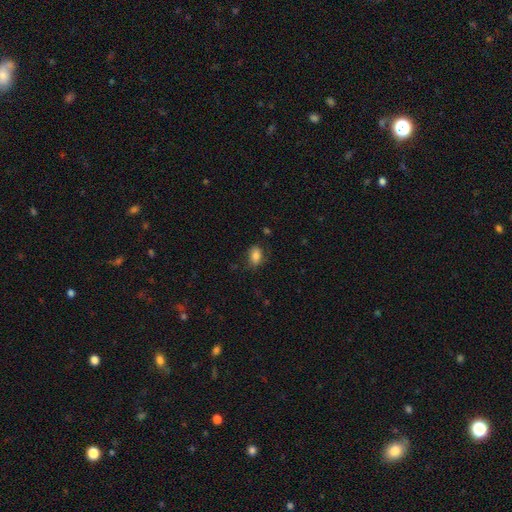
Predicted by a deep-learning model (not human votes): The model was most divided on "merging": none: 72%, minor disturbance: 20%, major disturbance: 6%, merger: 1%. More confident: smooth or featured — smooth (81%); how rounded — in between (81%).